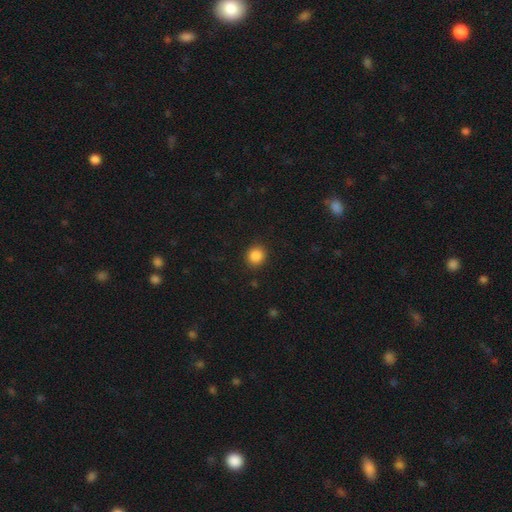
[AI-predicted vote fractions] Morphology: type=smooth (87%); roundness=round (87%); merging=none (90%).